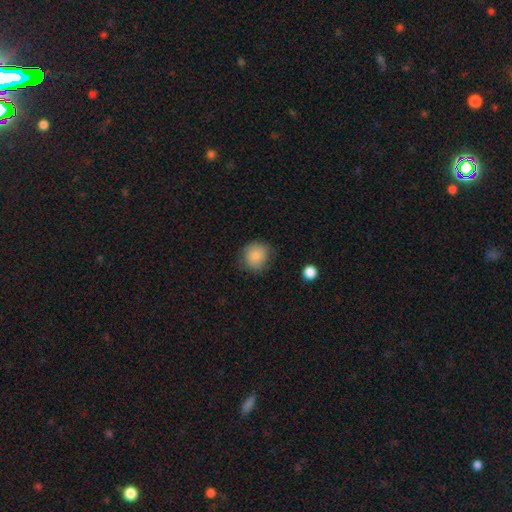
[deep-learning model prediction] smooth_or_featured: smooth (p=0.84) [alt: star or artifact p=0.08]
how_rounded: round (p=0.85) [alt: in between p=0.14]
merging: none (p=0.76) [alt: minor disturbance p=0.18]